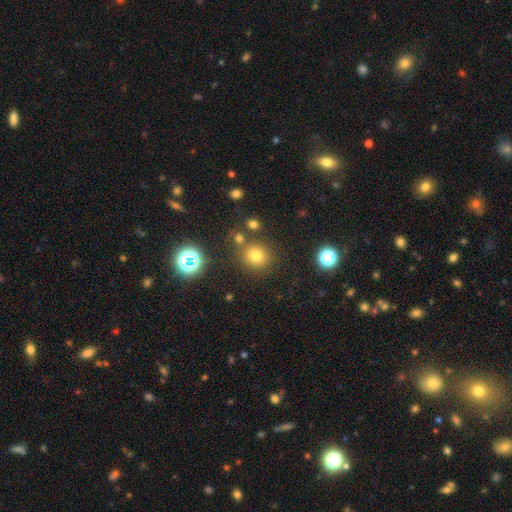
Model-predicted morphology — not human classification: Smooth or featured? Predicted: smooth (p=0.74). How rounded? Predicted: round (p=0.88). Merging? Predicted: none (p=0.80).